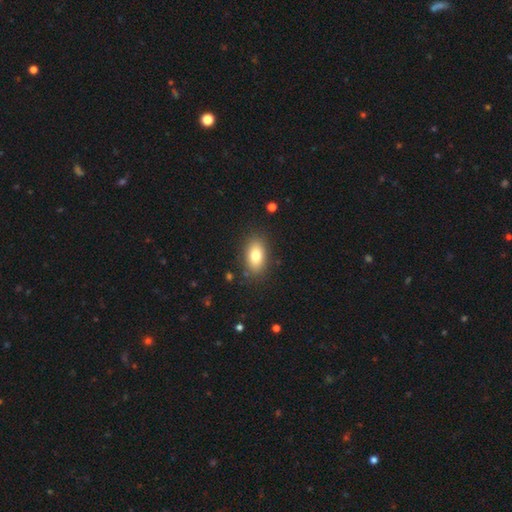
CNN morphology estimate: Smooth or featured?
  - smooth: 79% *
  - featured or disk: 13%
  - star or artifact: 8%
How rounded?
  - in between: 89% *
  - round: 8%
  - cigar-shaped: 3%
Merging?
  - none: 85% *
  - minor disturbance: 10%
  - major disturbance: 3%
  - merger: 2%